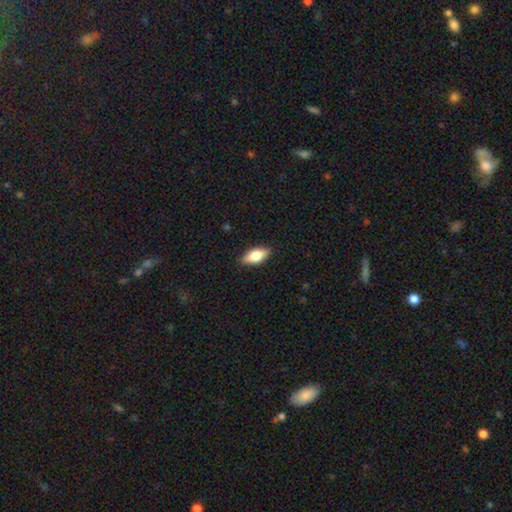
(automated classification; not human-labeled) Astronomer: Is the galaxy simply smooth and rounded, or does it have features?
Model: smooth — 66%.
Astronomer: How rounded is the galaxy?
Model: in between — 80%.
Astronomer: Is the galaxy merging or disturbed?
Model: none — 88%.